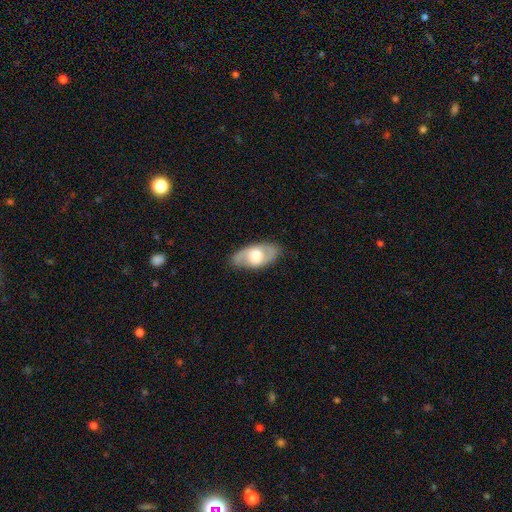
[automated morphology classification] smooth_or_featured: featured or disk (p=0.57) [alt: smooth p=0.37]
disk_edge_on: no (p=0.86) [alt: yes p=0.14]
merging: none (p=0.82) [alt: minor disturbance p=0.13]